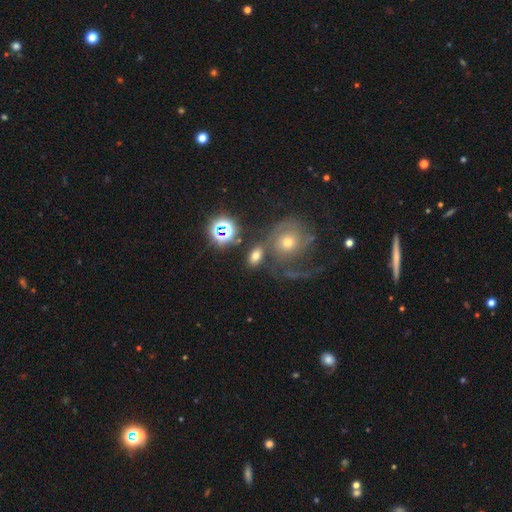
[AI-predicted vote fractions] Smooth or featured? Predicted: smooth (p=0.59). How rounded? Predicted: in between (p=0.76). Merging? Predicted: none (p=0.56).